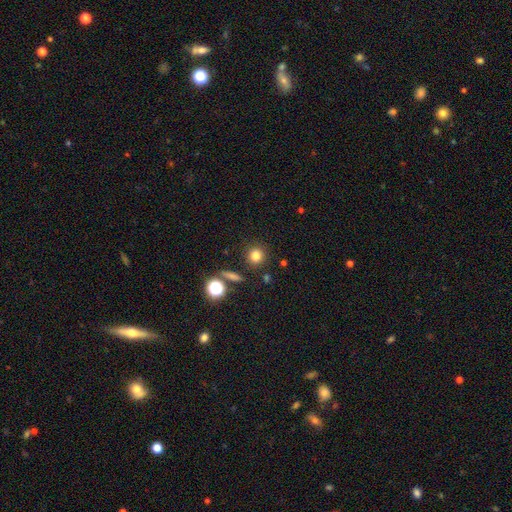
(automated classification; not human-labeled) Smooth or featured?
  - smooth: 79% *
  - star or artifact: 15%
  - featured or disk: 6%
How rounded?
  - round: 90% *
  - in between: 8%
  - cigar-shaped: 1%
Merging?
  - none: 86% *
  - minor disturbance: 7%
  - merger: 4%
  - major disturbance: 3%